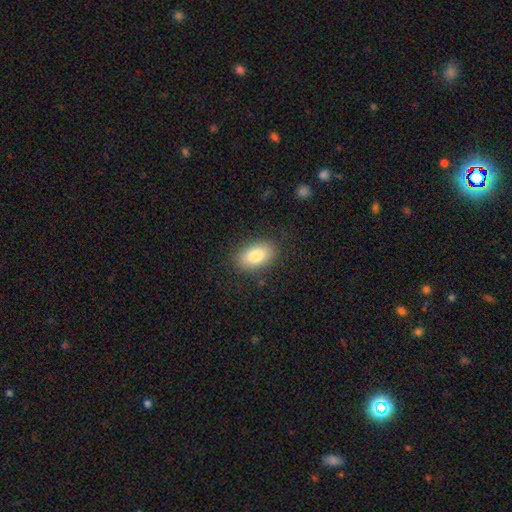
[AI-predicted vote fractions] This is clearly a smooth galaxy (82%). How rounded: clearly in between (91%). Merging: clearly none (85%).